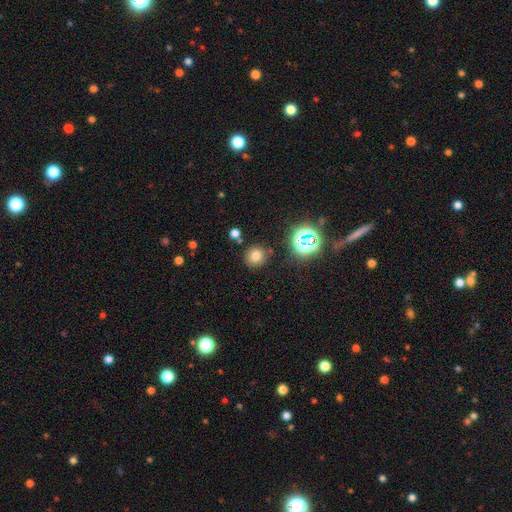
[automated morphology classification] Smooth or featured? Predicted: smooth (p=0.70). How rounded? Predicted: round (p=0.87). Merging? Predicted: none (p=0.84).